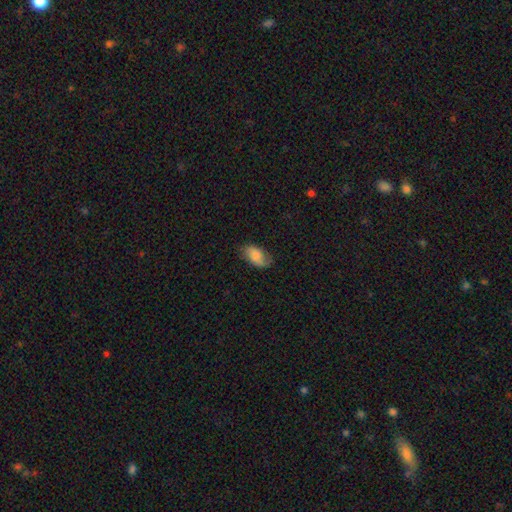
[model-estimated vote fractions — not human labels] Smooth or featured: smooth — 70% (featured or disk — 23%)
How rounded: in between — 93% (round — 5%)
Merging: none — 68% (minor disturbance — 24%)